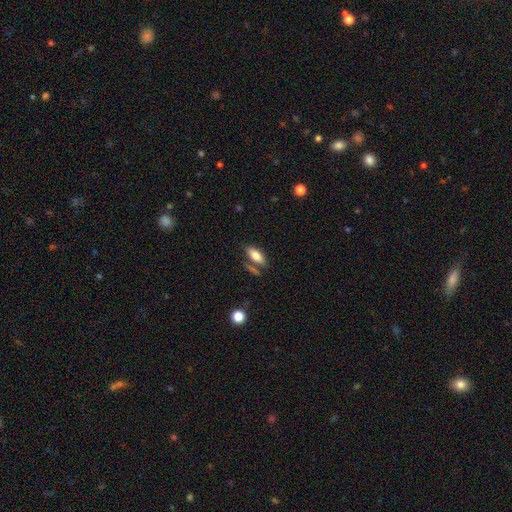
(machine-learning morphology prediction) Overall: smooth (77%). How rounded: in between (77%). Merging: none (67%).